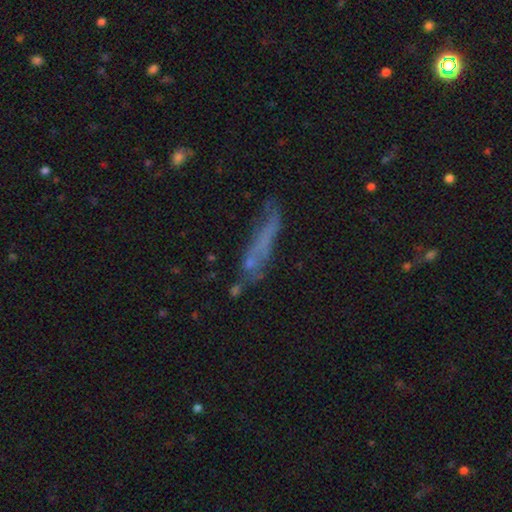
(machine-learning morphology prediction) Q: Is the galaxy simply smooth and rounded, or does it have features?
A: smooth — 47%.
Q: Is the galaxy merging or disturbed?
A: none — 44%.